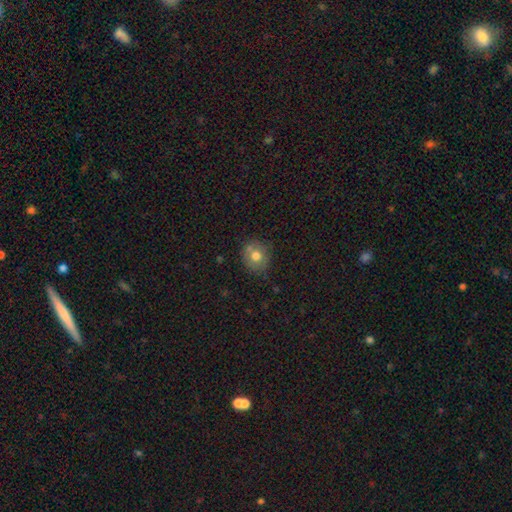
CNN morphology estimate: This appears to be a smooth galaxy with no disk features (74%) that is round (77%). Merging: none (70%).